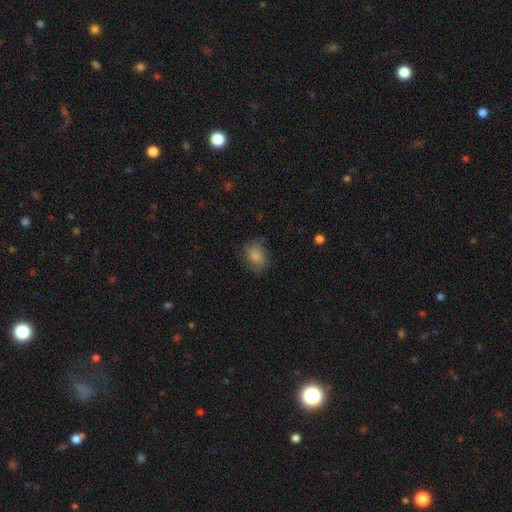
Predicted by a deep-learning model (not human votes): A smooth galaxy with no disk features (78%) that is in between round and cigar-shaped (59%).

Vote fractions:
- Smooth or featured? smooth: 78% / featured or disk: 15% / star or artifact: 8%
- How rounded? in between: 59% / round: 40% / cigar-shaped: 1%
- Merging? none: 73% / minor disturbance: 20% / major disturbance: 6% / merger: 1%